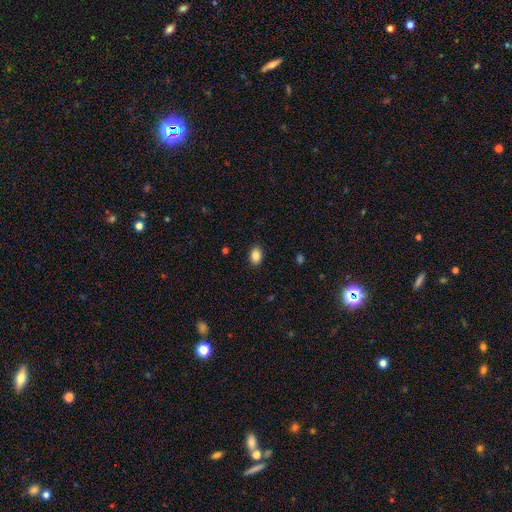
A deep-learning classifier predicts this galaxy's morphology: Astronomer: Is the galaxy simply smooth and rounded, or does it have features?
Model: smooth — 87%.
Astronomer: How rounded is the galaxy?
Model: in between — 78%.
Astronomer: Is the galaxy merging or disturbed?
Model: none — 89%.